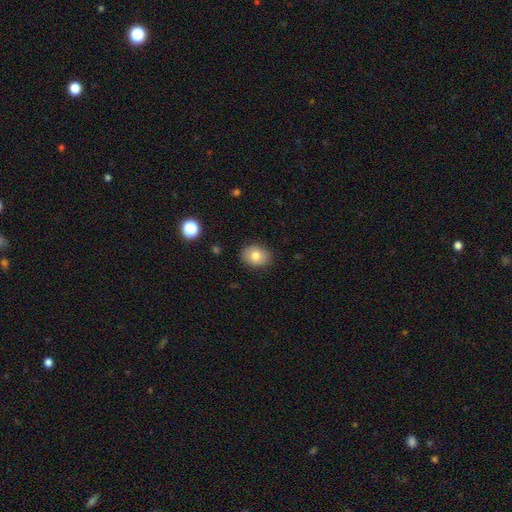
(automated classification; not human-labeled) smooth 78%, featured or disk 13%, star or artifact 9%. Down the decision tree: how rounded — in between (62%); merging — none (88%).